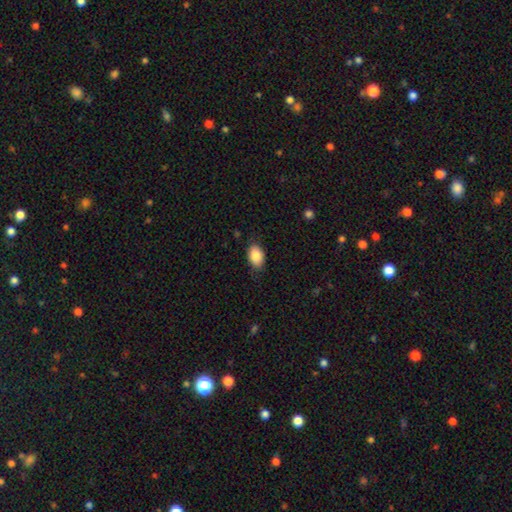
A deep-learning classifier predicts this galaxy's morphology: Smooth or featured? Predicted: smooth (p=0.87). How rounded? Predicted: in between (p=0.90). Merging? Predicted: none (p=0.81).